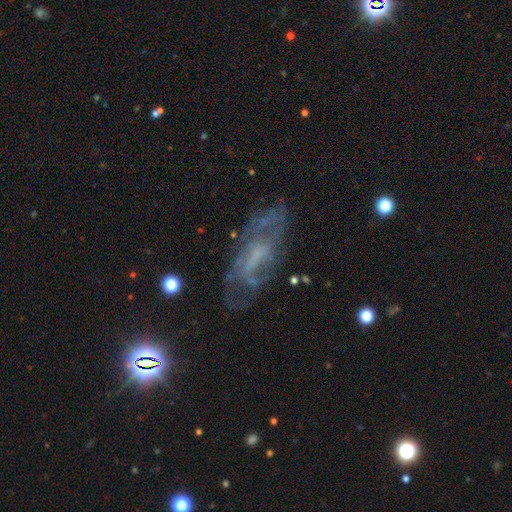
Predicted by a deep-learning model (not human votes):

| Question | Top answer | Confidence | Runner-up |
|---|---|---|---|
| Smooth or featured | featured or disk | 71% | smooth (16%) |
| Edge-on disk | no | 88% | yes (12%) |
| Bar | no | 47% | weak (41%) |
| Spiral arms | yes | 79% | no (21%) |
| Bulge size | none | 43% | small (32%) |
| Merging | none | 64% | minor disturbance (20%) |